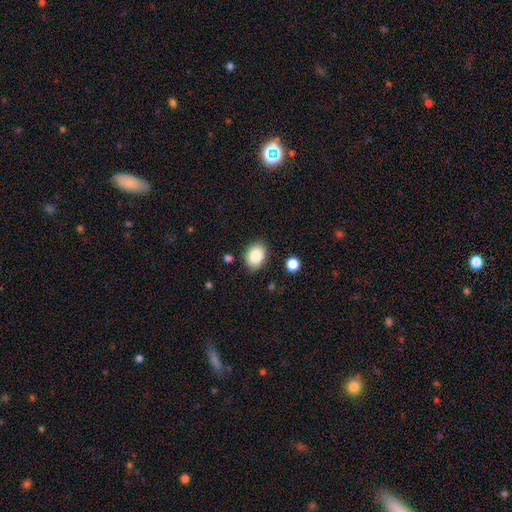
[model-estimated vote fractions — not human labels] smooth-or-featured: smooth: 87% | star or artifact: 8% | featured or disk: 5%
  how-rounded: in between: 70% | round: 29% | cigar-shaped: 1%
  merging: none: 85% | minor disturbance: 10% | major disturbance: 3% | merger: 2%